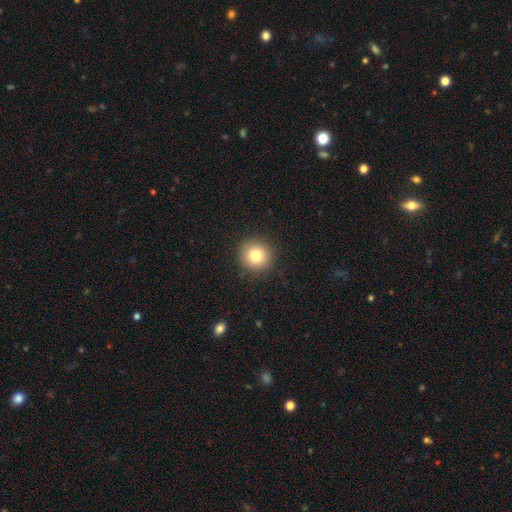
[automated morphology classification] Smooth or featured? Predicted: smooth (p=0.80). How rounded? Predicted: round (p=0.94). Merging? Predicted: none (p=0.91).